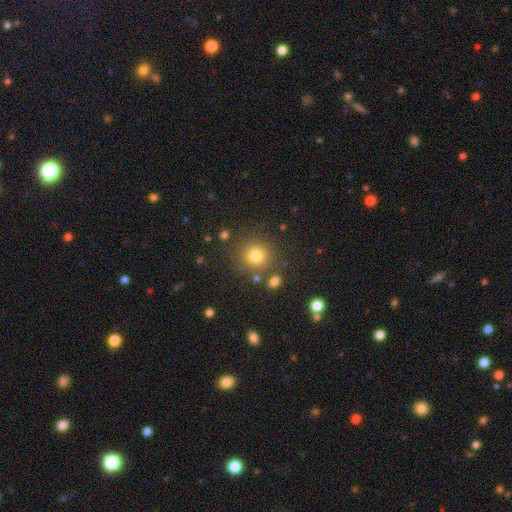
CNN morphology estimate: smooth 78%, star or artifact 15%, featured or disk 7%. Down the decision tree: how rounded — round (91%); merging — none (83%).